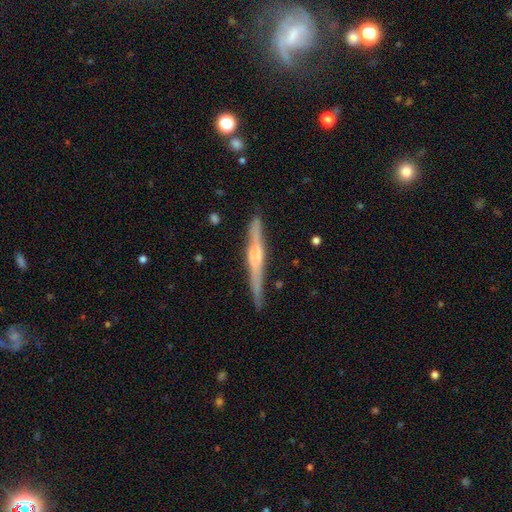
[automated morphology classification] A featured or disk galaxy (72%) viewed edge-on (97%) with a rounded central bulge (57%).

Vote fractions:
- Smooth or featured? featured or disk: 72% / smooth: 23% / star or artifact: 5%
- Edge-on disk? yes: 97% / no: 3%
- Edge-on bulge? rounded: 57% / boxy: 24% / none: 19%
- Merging? none: 86% / minor disturbance: 10% / major disturbance: 2% / merger: 1%